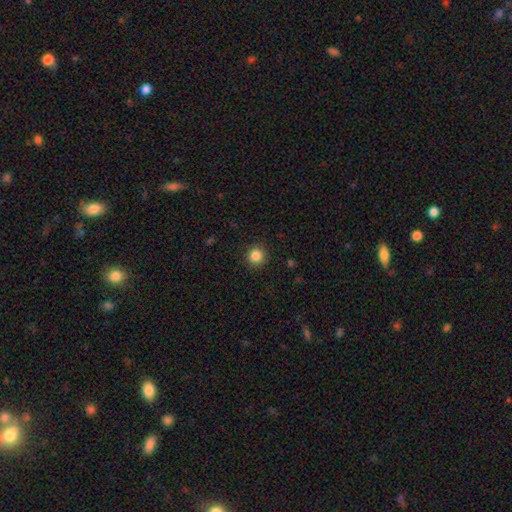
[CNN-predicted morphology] type=smooth (85%); roundness=round (94%); merging=none (92%).